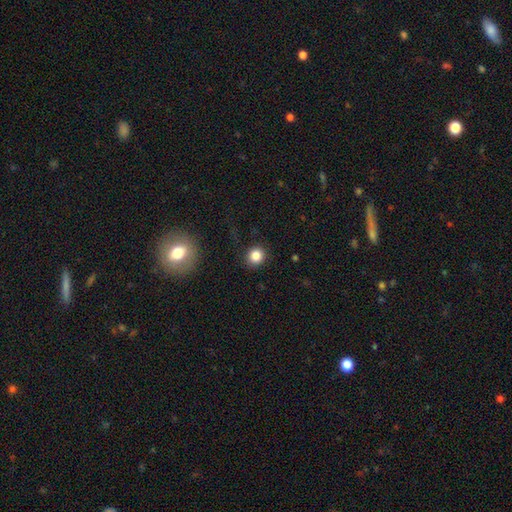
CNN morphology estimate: smooth-or-featured: smooth: 84% | star or artifact: 11% | featured or disk: 5%
  how-rounded: round: 88% | in between: 11% | cigar-shaped: 1%
  merging: none: 89% | minor disturbance: 7% | major disturbance: 2% | merger: 1%